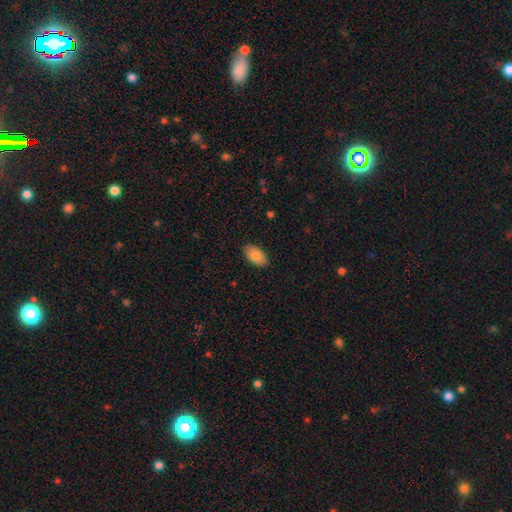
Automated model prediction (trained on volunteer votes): Morphology: type=smooth (86%); roundness=in between (94%); merging=none (88%).